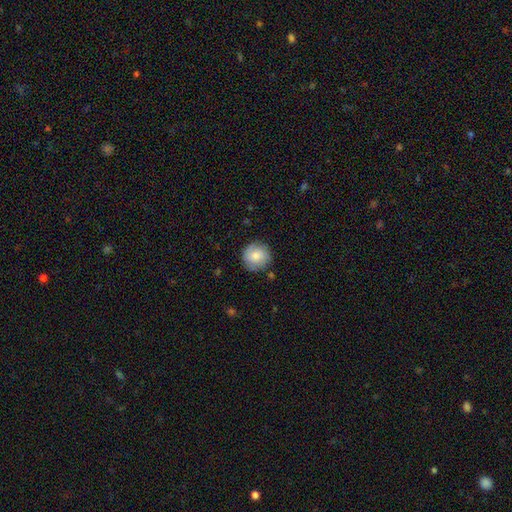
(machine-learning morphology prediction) Smooth or featured? smooth (71%)
How rounded? round (93%)
Merging? none (83%)